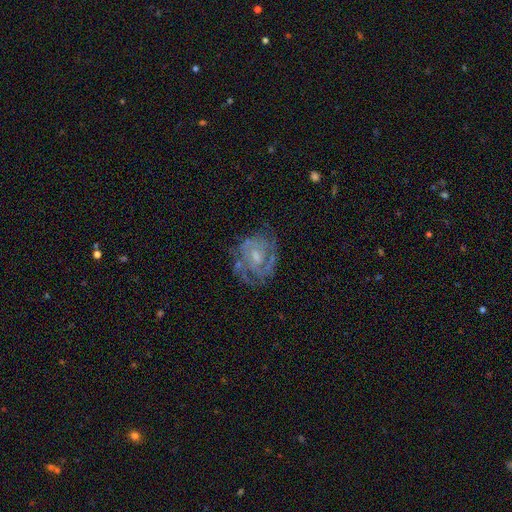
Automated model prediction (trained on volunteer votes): Overall: featured or disk (81%). Edge-on disk: no (97%). Bar: no (47%; weak 45%). Spiral arms: yes (90%). Spiral arm count: 2 (37%; can't tell 29%). Spiral winding: tight (57%; medium 35%). Bulge size: small (48%; moderate 41%). Merging: none (65%).